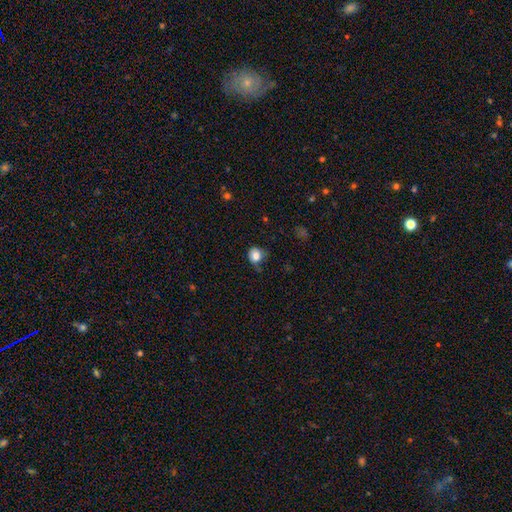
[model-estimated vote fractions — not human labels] The model was most divided on "merging": none: 57%, minor disturbance: 32%, major disturbance: 9%, merger: 3%. More confident: smooth or featured — smooth (82%); how rounded — round (77%).